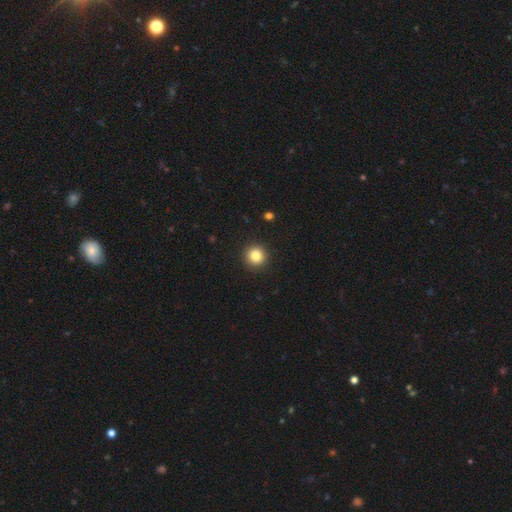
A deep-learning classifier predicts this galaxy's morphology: smooth_or_featured: smooth (p=0.84) [alt: star or artifact p=0.11]
how_rounded: round (p=0.94) [alt: in between p=0.05]
merging: none (p=0.93) [alt: minor disturbance p=0.05]